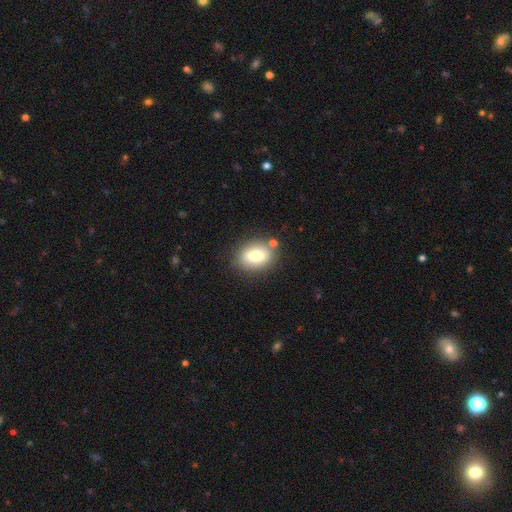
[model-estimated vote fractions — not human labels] Smooth or featured? smooth (75%)
How rounded? in between (73%)
Merging? none (78%)